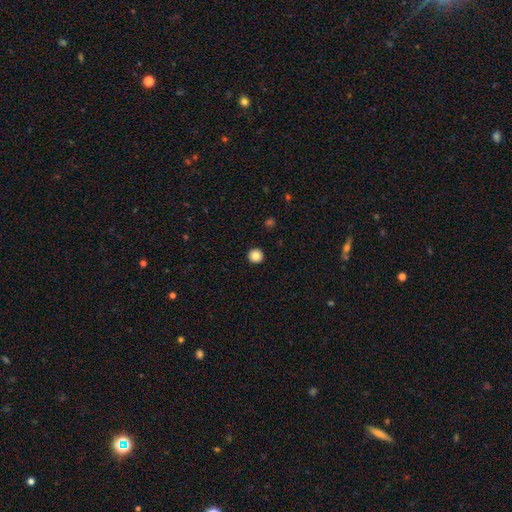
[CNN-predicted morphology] This appears to be a smooth galaxy with no disk features (85%) that is round (96%). Merging: none (94%).